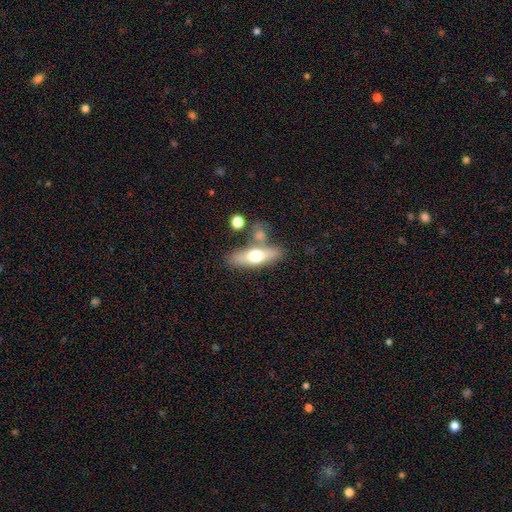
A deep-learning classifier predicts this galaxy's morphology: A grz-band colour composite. It shows a smooth galaxy with no disk features (54%) that is cigar-shaped (49%). Merging: none (63%).